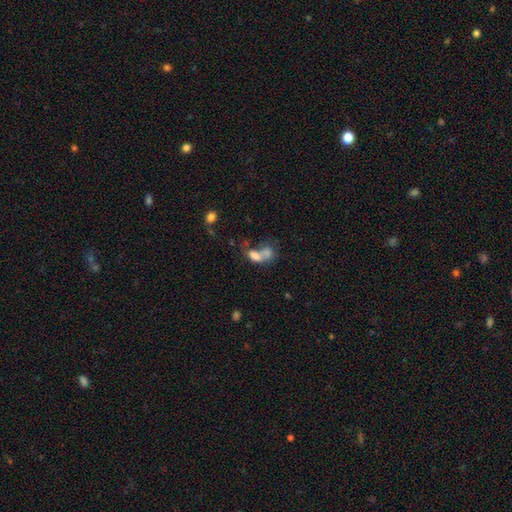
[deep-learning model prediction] The model was most divided on "how rounded": in between: 70%, round: 27%, cigar-shaped: 3%. More confident: merging — merger (66%); smooth or featured — smooth (66%).